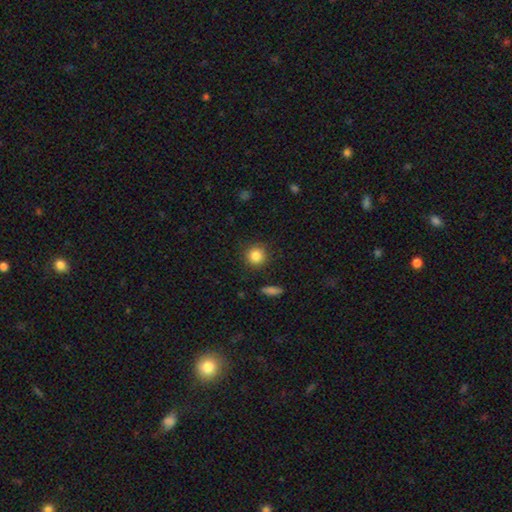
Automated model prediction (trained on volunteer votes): Smooth or featured? smooth (85%)
How rounded? round (93%)
Merging? none (88%)